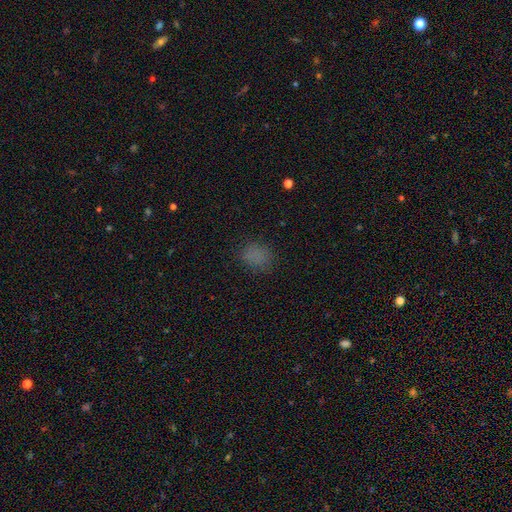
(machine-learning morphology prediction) smooth_or_featured: smooth (p=0.77) [alt: star or artifact p=0.18]
how_rounded: in between (p=0.50) [alt: round p=0.48]
merging: none (p=0.80) [alt: minor disturbance p=0.13]